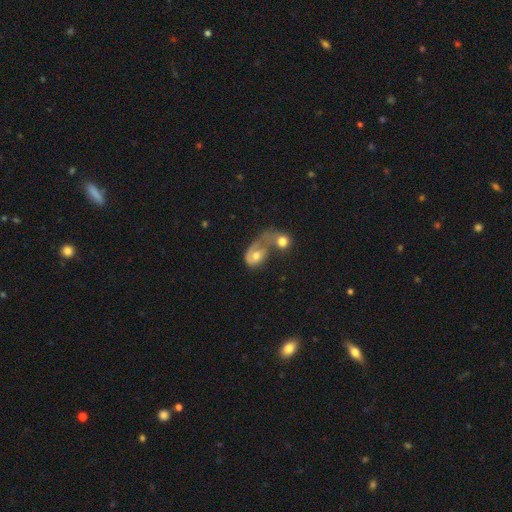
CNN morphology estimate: The model was most divided on "smooth or featured": featured or disk: 52%, smooth: 41%, star or artifact: 7%. More confident: edge-on disk — no (96%); bar — no (77%); spiral arms — yes (66%); bulge size — moderate (64%); merging — merger (57%).